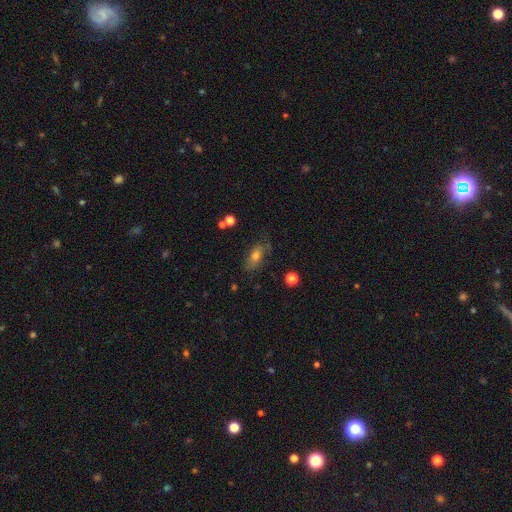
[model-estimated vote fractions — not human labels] Overall: smooth (62%; featured or disk 26%). How rounded: in between (80%). Merging: none (63%; minor disturbance 24%).